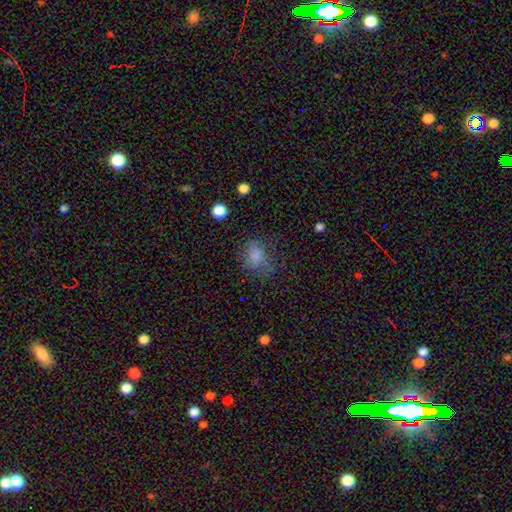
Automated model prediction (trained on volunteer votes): Smooth or featured? smooth (69%)
How rounded? in between (60%)
Merging? none (59%)